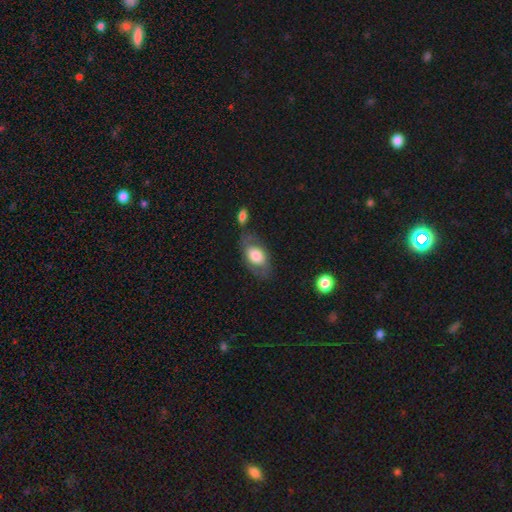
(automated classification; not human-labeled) Smooth or featured: smooth — 61% (featured or disk — 32%)
How rounded: in between — 88% (round — 9%)
Merging: none — 59% (minor disturbance — 21%)